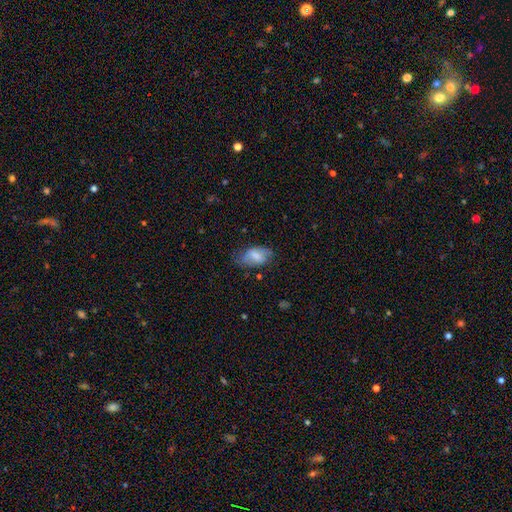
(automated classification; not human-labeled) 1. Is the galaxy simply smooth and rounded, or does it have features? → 58% smooth, 34% featured or disk, 8% star or artifact.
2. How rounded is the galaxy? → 90% in between, 7% round, 3% cigar-shaped.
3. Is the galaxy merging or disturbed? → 57% none, 29% minor disturbance, 11% major disturbance, 2% merger.